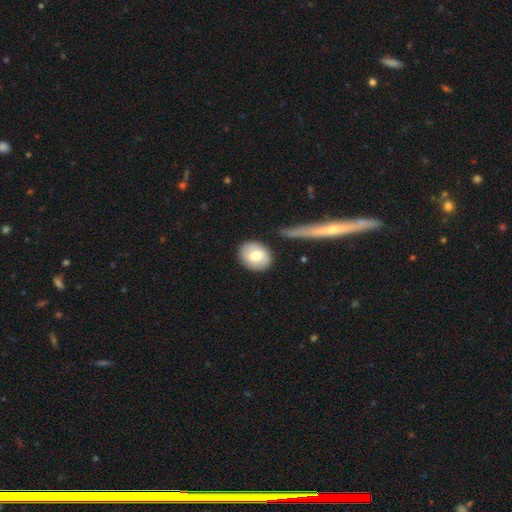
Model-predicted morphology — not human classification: A smooth galaxy with no disk features (73%) that is round (63%). Merging: none (81%).